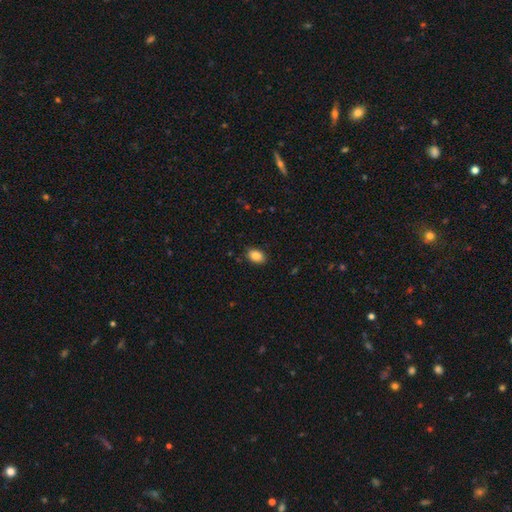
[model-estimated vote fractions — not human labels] The model was most divided on "how rounded": in between: 86%, round: 12%, cigar-shaped: 1%. More confident: smooth or featured — smooth (87%); merging — none (87%).